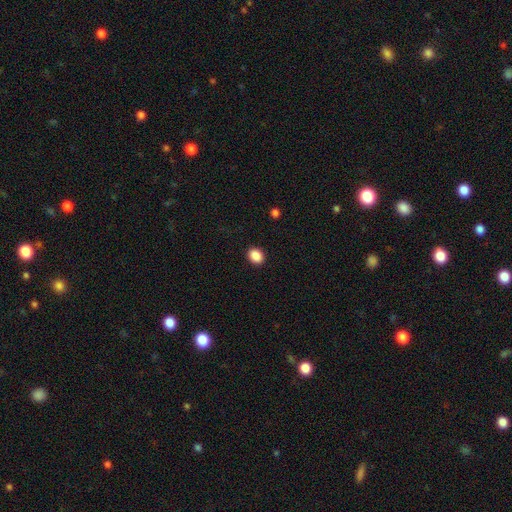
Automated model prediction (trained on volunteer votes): smooth_or_featured: smooth (p=0.89) [alt: star or artifact p=0.08]
how_rounded: in between (p=0.52) [alt: round p=0.47]
merging: none (p=0.91) [alt: minor disturbance p=0.06]